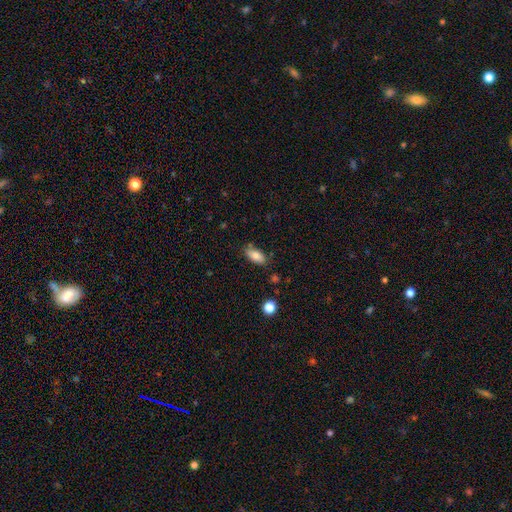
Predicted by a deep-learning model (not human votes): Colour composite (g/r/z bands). It shows a smooth galaxy with no disk features (83%) that is in between round and cigar-shaped (88%). Merging: none (77%).